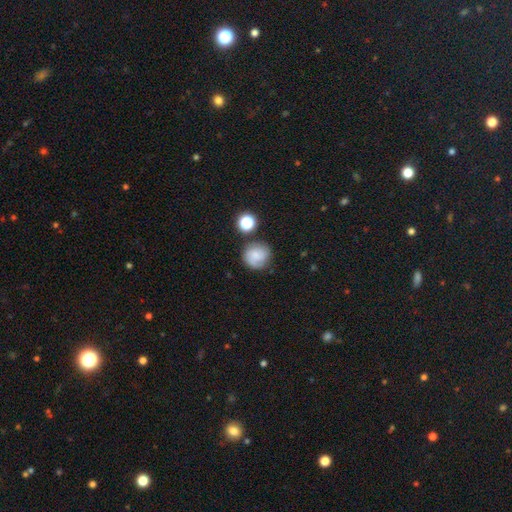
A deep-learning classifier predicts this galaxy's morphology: The model was most divided on "smooth or featured": smooth: 64%, featured or disk: 25%, star or artifact: 11%. More confident: how rounded — round (88%); merging — none (68%).